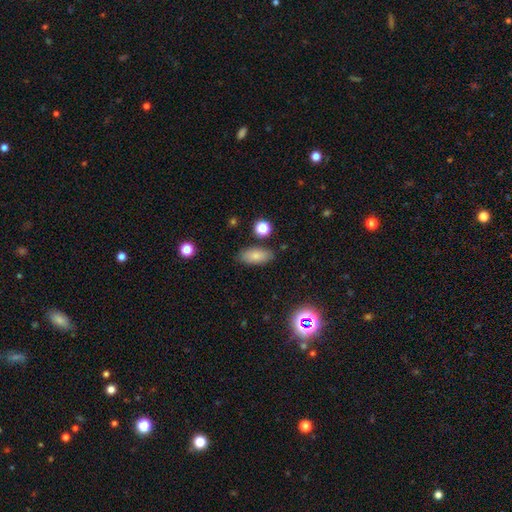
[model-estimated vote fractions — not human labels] This is clearly a smooth galaxy (81%). How rounded: clearly in between (86%). Merging: clearly none (83%).